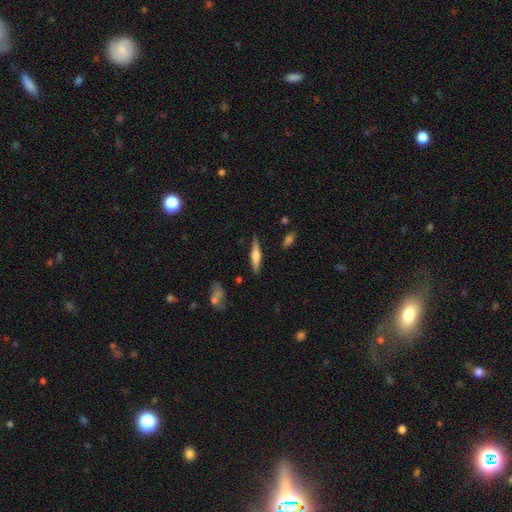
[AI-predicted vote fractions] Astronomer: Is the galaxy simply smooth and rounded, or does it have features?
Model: featured or disk — 48% (runner-up: smooth, 46%).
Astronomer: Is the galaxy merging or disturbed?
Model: none — 86%.